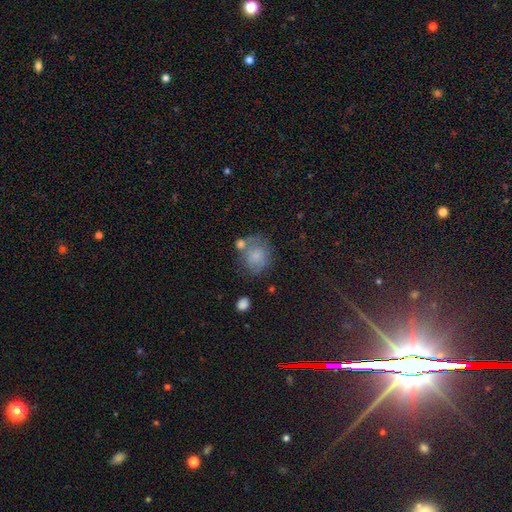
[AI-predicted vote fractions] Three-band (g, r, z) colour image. It shows a smooth galaxy with no disk features (67%) that is round (73%). Merging: none (47%).